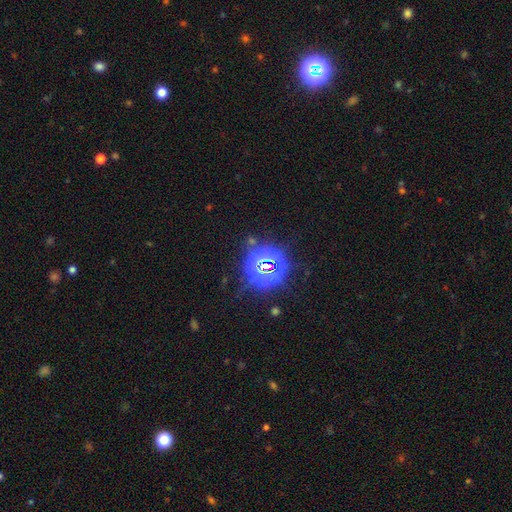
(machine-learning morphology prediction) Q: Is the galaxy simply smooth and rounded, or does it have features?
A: star or artifact — 82%.